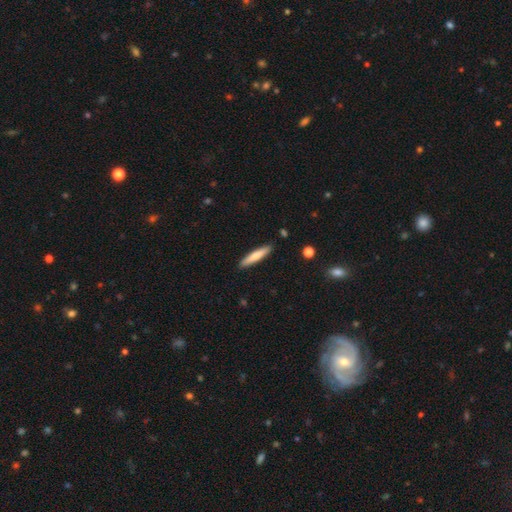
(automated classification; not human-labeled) A smooth galaxy with no disk features (74%) that is cigar-shaped (89%). Merging: none (90%).